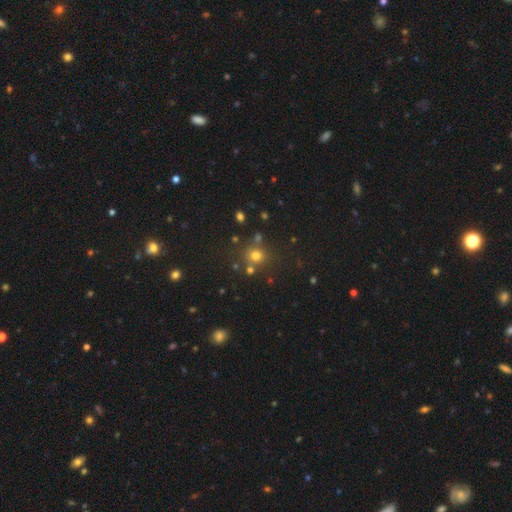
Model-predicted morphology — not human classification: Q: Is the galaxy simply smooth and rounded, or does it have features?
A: smooth — 70%.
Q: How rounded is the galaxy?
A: round — 85%.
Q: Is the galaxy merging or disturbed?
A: none — 75%.